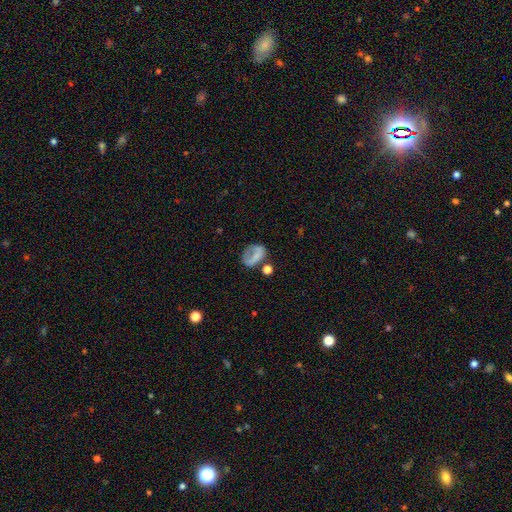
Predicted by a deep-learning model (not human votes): Morphology: type=smooth (63%); roundness=in between (60%); merging=none (45%).